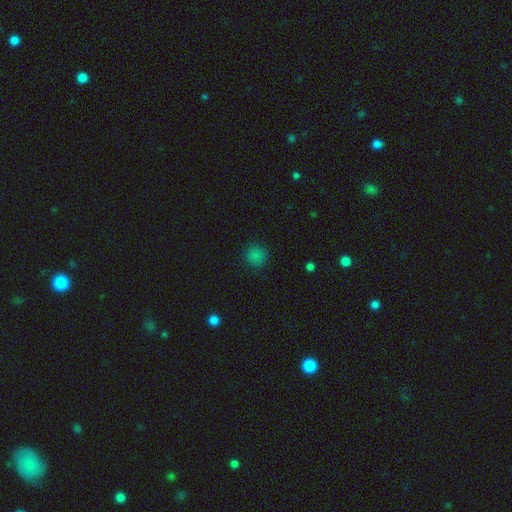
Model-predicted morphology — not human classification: Smooth or featured? smooth (79%)
How rounded? round (90%)
Merging? none (86%)